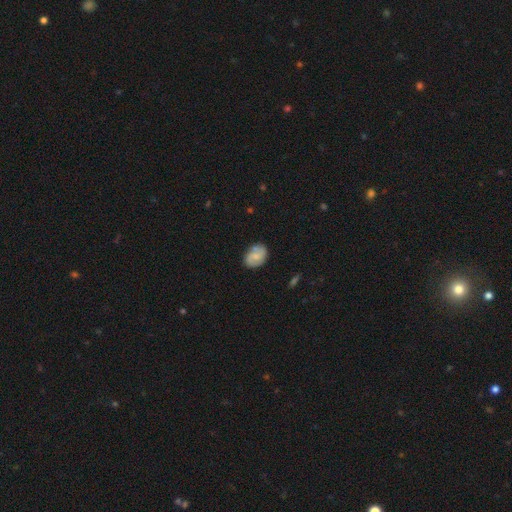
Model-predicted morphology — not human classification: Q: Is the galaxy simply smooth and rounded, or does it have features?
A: featured or disk — 46%, tied with smooth.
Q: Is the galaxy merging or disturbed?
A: none — 78%.